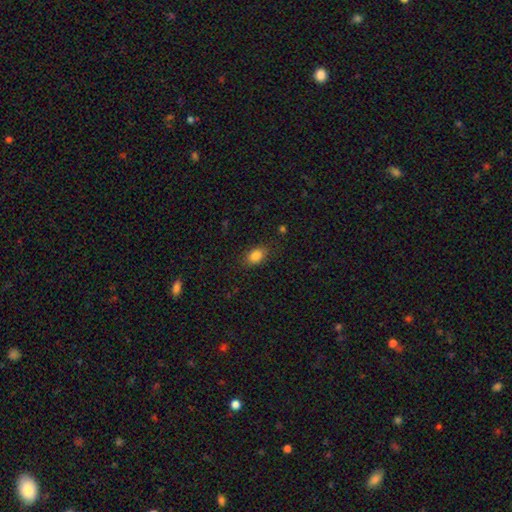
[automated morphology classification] This appears to be a smooth galaxy with no disk features (85%) that is in between round and cigar-shaped (81%). Merging: none (84%).